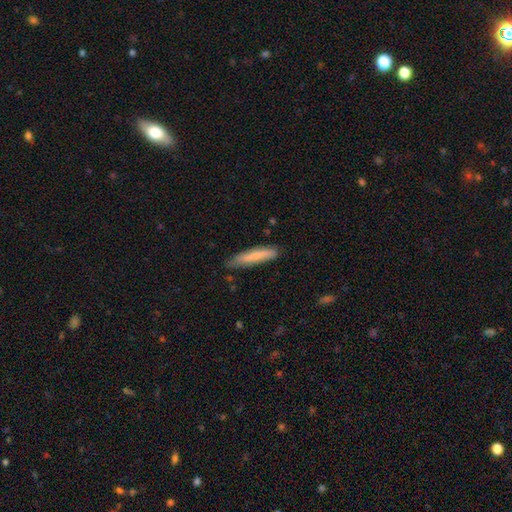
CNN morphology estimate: Smooth or featured: smooth — 70% (featured or disk — 24%)
How rounded: cigar-shaped — 88% (in between — 11%)
Merging: none — 77% (minor disturbance — 18%)